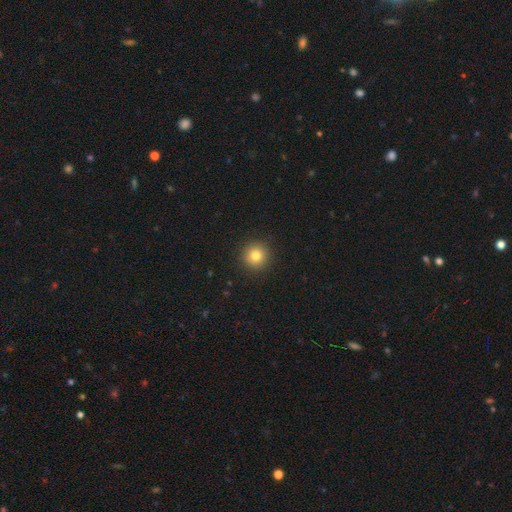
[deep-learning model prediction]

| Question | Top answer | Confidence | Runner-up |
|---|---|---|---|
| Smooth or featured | smooth | 80% | star or artifact (12%) |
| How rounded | round | 95% | in between (4%) |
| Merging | none | 92% | minor disturbance (5%) |